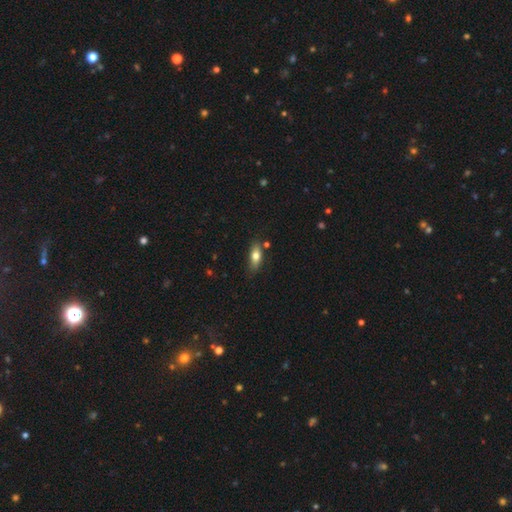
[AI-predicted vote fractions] smooth 73%, featured or disk 20%, star or artifact 7%. Down the decision tree: how rounded — in between (75%); merging — none (75%).